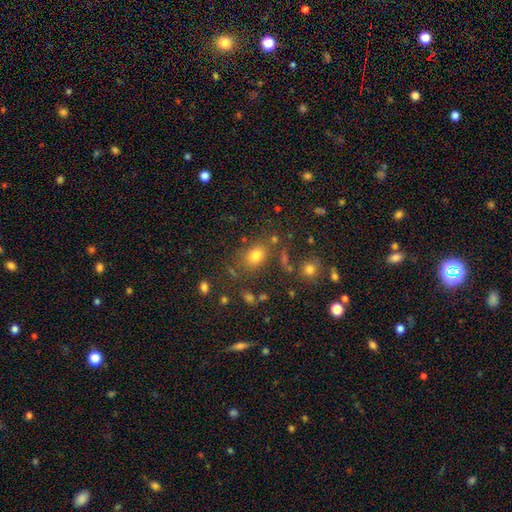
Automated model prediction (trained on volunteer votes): Morphology: type=smooth (76%); roundness=in between (67%); merging=none (71%).